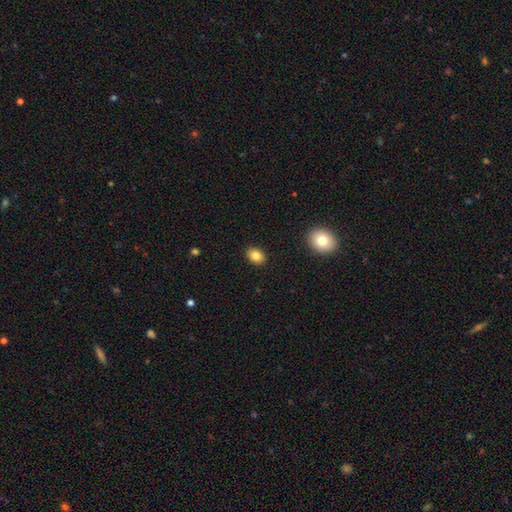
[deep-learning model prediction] smooth-or-featured: smooth: 83% | star or artifact: 10% | featured or disk: 8%
  how-rounded: in between: 65% | round: 34% | cigar-shaped: 1%
  merging: none: 89% | minor disturbance: 7% | major disturbance: 2% | merger: 1%